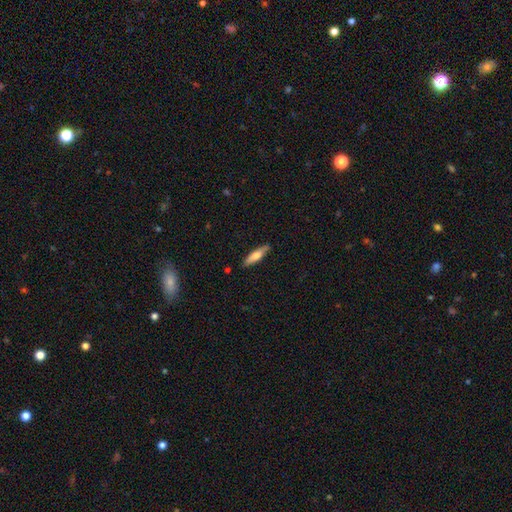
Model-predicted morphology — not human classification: smooth_or_featured: smooth (p=0.67) [alt: featured or disk p=0.28]
how_rounded: cigar-shaped (p=0.74) [alt: in between p=0.24]
merging: none (p=0.86) [alt: minor disturbance p=0.11]